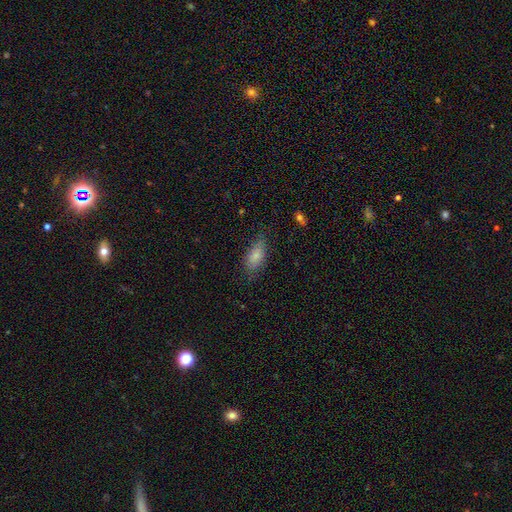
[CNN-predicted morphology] This appears to be a smooth galaxy with no disk features (81%) that is in between round and cigar-shaped (86%). Merging: none (67%).